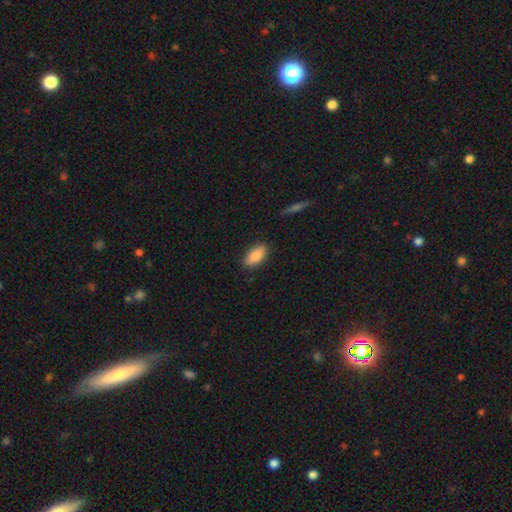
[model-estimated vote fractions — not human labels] Overall: smooth (86%). How rounded: in between (87%). Merging: none (87%).